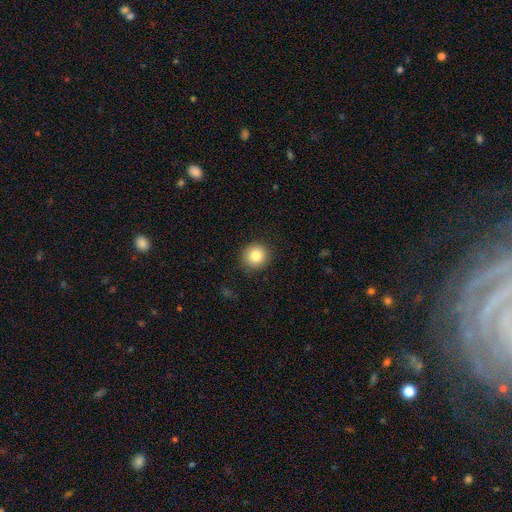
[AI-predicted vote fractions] smooth_or_featured: smooth (p=0.84) [alt: star or artifact p=0.10]
how_rounded: round (p=0.91) [alt: in between p=0.08]
merging: none (p=0.89) [alt: minor disturbance p=0.08]